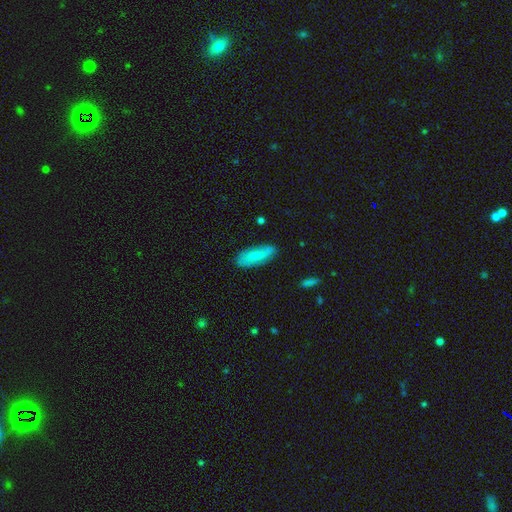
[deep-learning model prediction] Smooth or featured: smooth — 74% (featured or disk — 20%)
How rounded: in between — 61% (cigar-shaped — 37%)
Merging: none — 79% (minor disturbance — 16%)